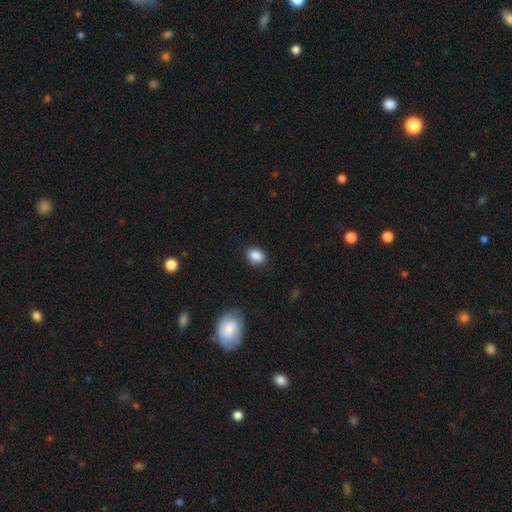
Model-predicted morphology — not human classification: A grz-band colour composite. It shows a smooth galaxy with no disk features (87%) that is in between round and cigar-shaped (69%). Merging: none (81%).